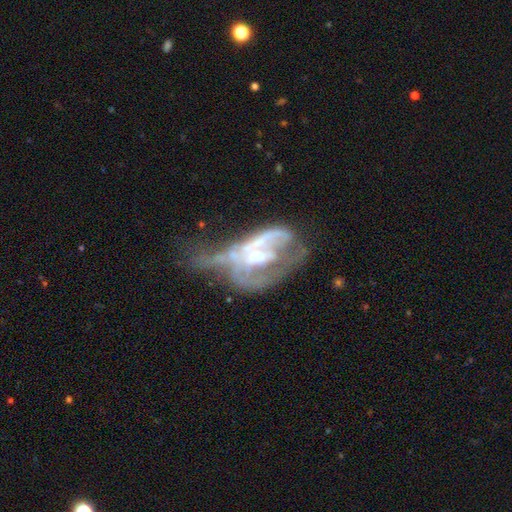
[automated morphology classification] This is likely a featured or disk galaxy (75%). It is clearly not viewed edge-on (94%). Bar: likely no (70%). Spiral arm pattern: possibly no (55%). Central bulge: possibly moderate (57%). Merging: marginally major disturbance (41%).